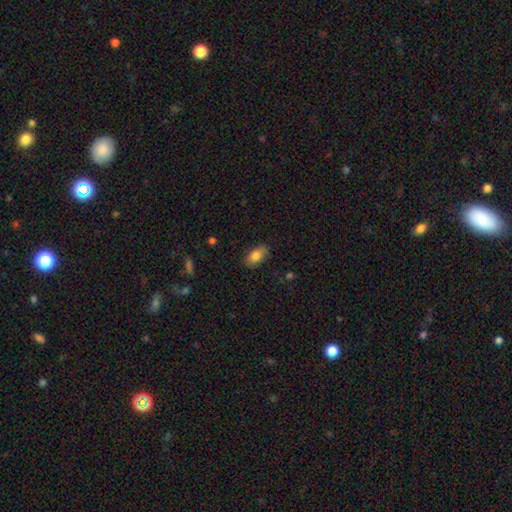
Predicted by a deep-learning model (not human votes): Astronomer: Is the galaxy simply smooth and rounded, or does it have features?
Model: smooth — 80%.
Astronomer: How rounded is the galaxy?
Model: in between — 89%.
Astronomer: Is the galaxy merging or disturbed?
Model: none — 83%.